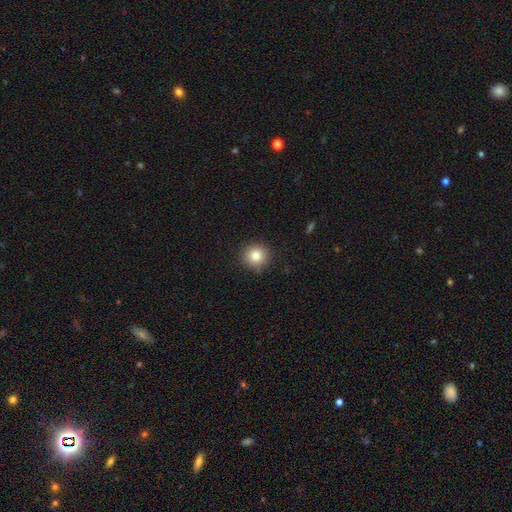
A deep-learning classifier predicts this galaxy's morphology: The model was most divided on "smooth or featured": smooth: 82%, star or artifact: 11%, featured or disk: 7%. More confident: how rounded — round (93%); merging — none (89%).